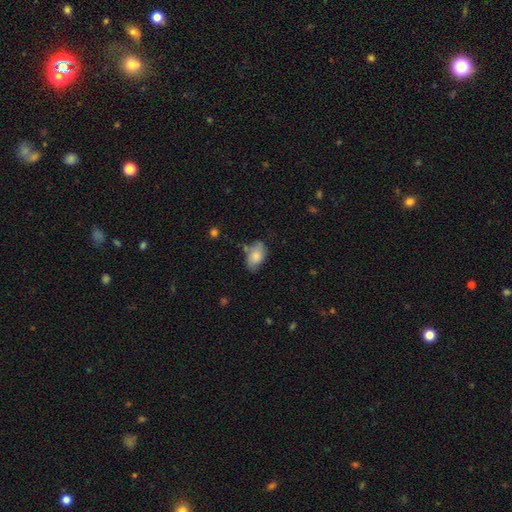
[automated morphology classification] Smooth or featured? Predicted: smooth (p=0.77). How rounded? Predicted: in between (p=0.90). Merging? Predicted: none (p=0.56).